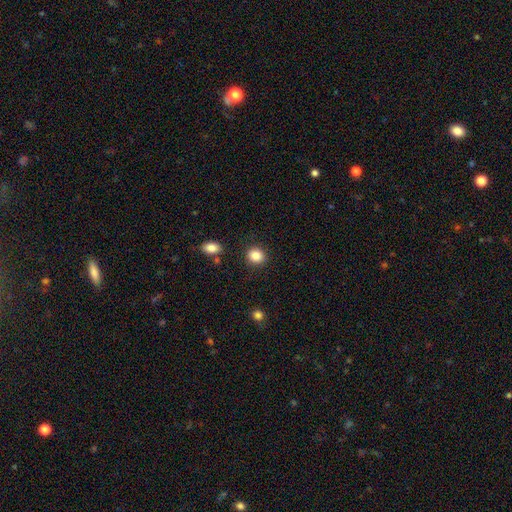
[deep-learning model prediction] A smooth galaxy with no disk features (86%) that is round (77%).

Vote fractions:
- Smooth or featured? smooth: 86% / star or artifact: 9% / featured or disk: 5%
- How rounded? round: 77% / in between: 22% / cigar-shaped: 1%
- Merging? none: 89% / minor disturbance: 7% / major disturbance: 2% / merger: 2%